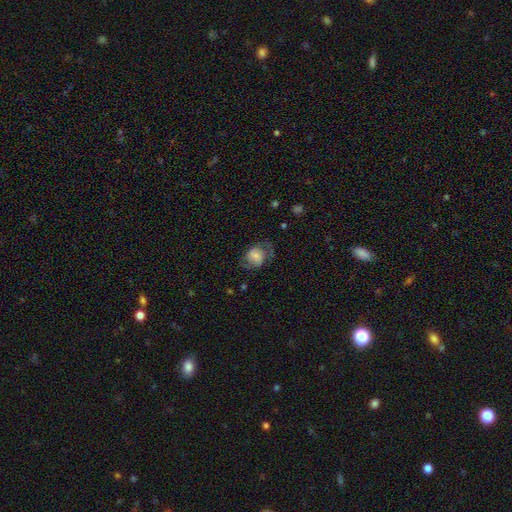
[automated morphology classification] Q: Smooth or featured?
A: smooth (57%); runner-up: featured or disk (34%)
Q: How rounded?
A: round (52%); runner-up: in between (47%)
Q: Merging?
A: none (49%); runner-up: minor disturbance (25%)